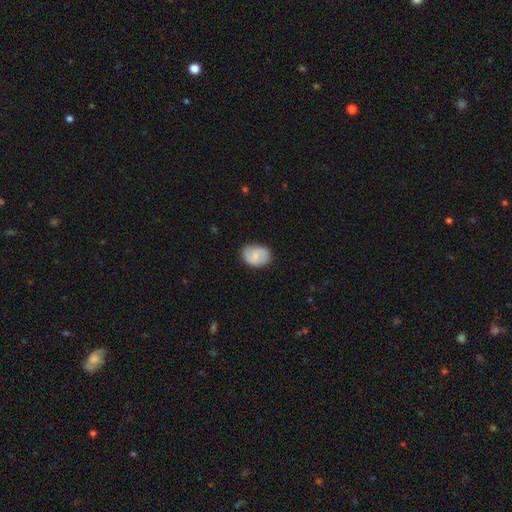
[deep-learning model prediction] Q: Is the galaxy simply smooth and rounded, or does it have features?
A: smooth — 64%.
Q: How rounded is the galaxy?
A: in between — 73%.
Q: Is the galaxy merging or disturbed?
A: none — 75%.